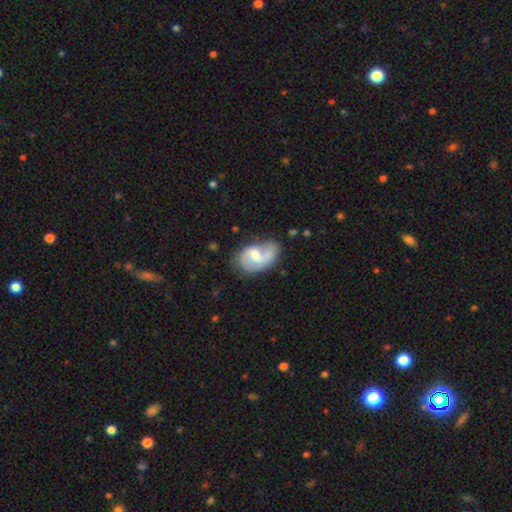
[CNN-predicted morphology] Smooth or featured?
  - featured or disk: 64% *
  - smooth: 30%
  - star or artifact: 6%
Edge-on disk?
  - no: 97% *
  - yes: 3%
Bar?
  - weak: 51% *
  - no: 38%
  - strong: 11%
Spiral arms?
  - yes: 85% *
  - no: 15%
Spiral winding?
  - loose: 42% *
  - medium: 41%
  - tight: 17%
Spiral arm count?
  - 2: 60% *
  - 1: 29%
  - can't tell: 9%
  - 3: 1%
  - 4: 1%
  - more than 4: 1%
Bulge size?
  - moderate: 53% *
  - small: 30%
  - large: 8%
  - none: 7%
  - dominant: 1%
Merging?
  - none: 53% *
  - minor disturbance: 26%
  - major disturbance: 15%
  - merger: 6%